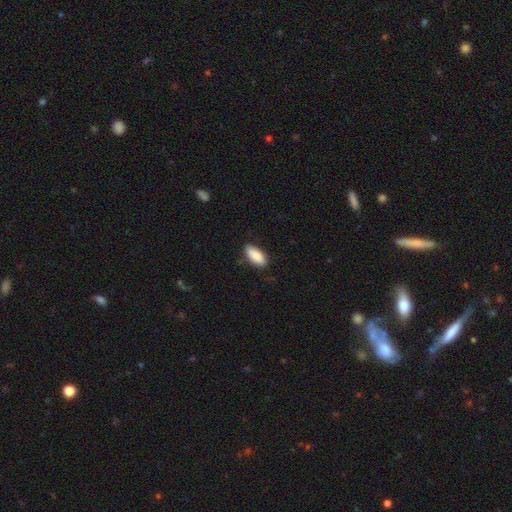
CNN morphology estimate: smooth_or_featured: smooth (p=0.89) [alt: star or artifact p=0.06]
how_rounded: in between (p=0.85) [alt: cigar-shaped p=0.13]
merging: none (p=0.81) [alt: minor disturbance p=0.15]